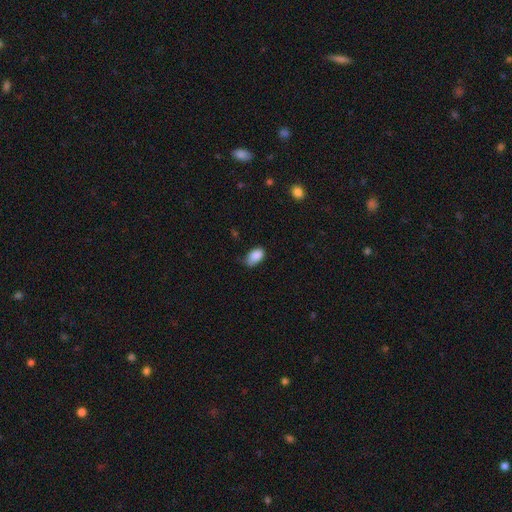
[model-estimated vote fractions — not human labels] Smooth or featured? smooth (88%)
How rounded? in between (92%)
Merging? none (56%)